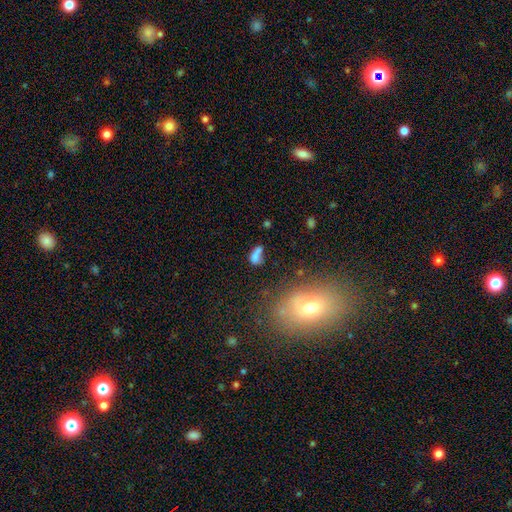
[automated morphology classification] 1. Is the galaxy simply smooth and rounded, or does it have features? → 68% smooth, 16% featured or disk, 16% star or artifact.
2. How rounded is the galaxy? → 73% in between, 19% round, 8% cigar-shaped.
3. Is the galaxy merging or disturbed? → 36% merger, 34% none, 16% minor disturbance, 14% major disturbance.